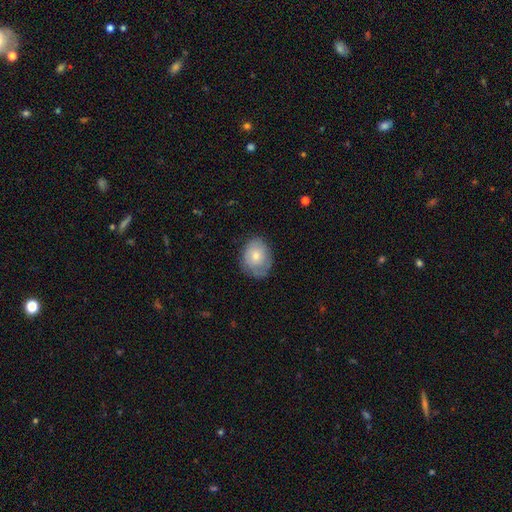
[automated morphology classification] Smooth or featured? Predicted: smooth (p=0.69). How rounded? Predicted: in between (p=0.52). Merging? Predicted: none (p=0.67).